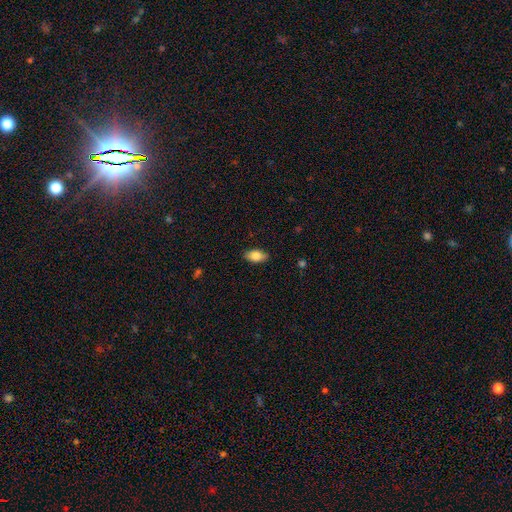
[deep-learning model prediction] Smooth or featured: smooth — 81% (featured or disk — 12%)
How rounded: in between — 91% (round — 5%)
Merging: none — 86% (minor disturbance — 10%)